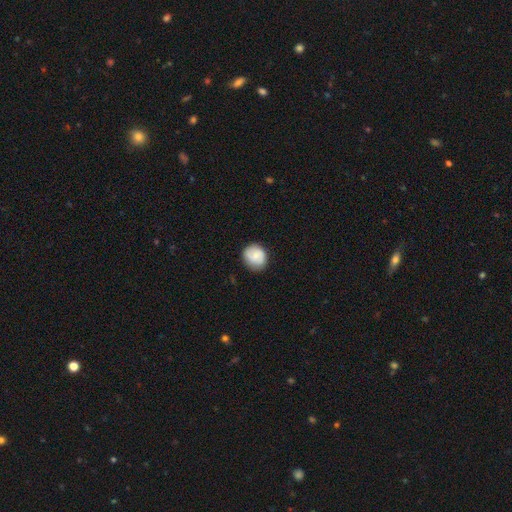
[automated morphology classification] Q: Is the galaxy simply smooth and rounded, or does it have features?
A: smooth — 64%.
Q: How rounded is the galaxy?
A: round — 77%.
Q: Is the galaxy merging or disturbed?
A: none — 82%.